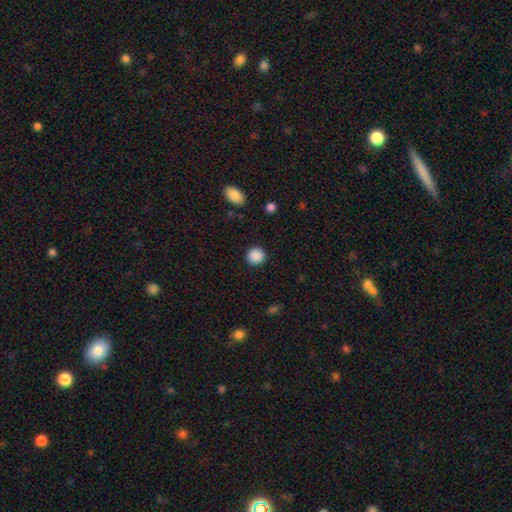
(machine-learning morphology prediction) Q: Smooth or featured?
A: smooth (89%); runner-up: star or artifact (9%)
Q: How rounded?
A: round (91%); runner-up: in between (8%)
Q: Merging?
A: none (91%); runner-up: minor disturbance (6%)